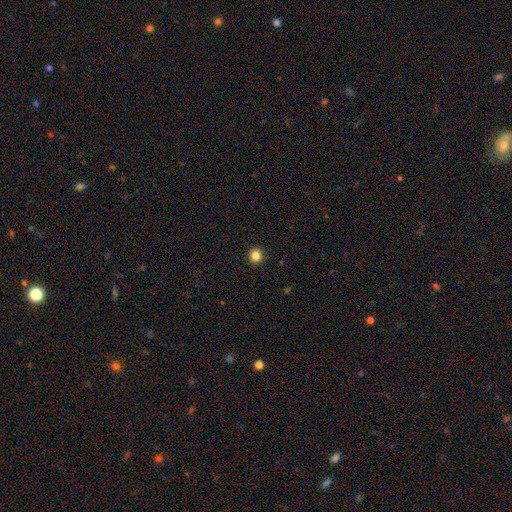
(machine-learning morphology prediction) This appears to be a smooth galaxy with no disk features (84%) that is round (95%). Merging: none (94%).